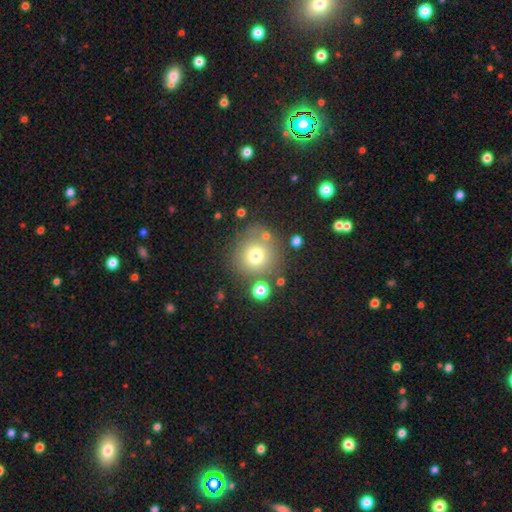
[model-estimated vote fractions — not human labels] smooth 72%, featured or disk 14%, star or artifact 14%. Down the decision tree: how rounded — round (91%); merging — none (74%).